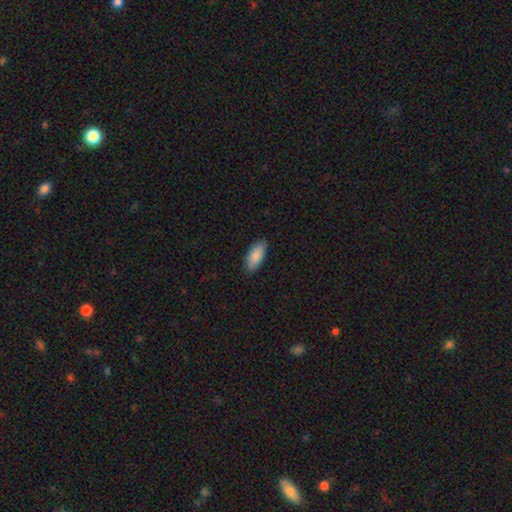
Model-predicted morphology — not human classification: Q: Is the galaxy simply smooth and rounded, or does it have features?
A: smooth — 88%.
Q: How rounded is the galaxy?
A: in between — 85%.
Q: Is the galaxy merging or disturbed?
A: none — 87%.